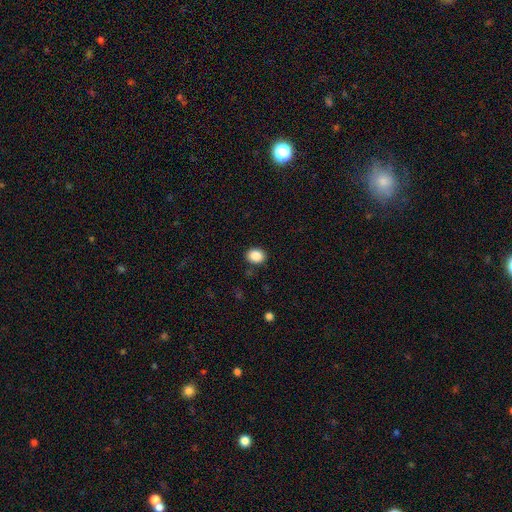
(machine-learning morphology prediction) Smooth or featured? smooth (88%)
How rounded? round (52%)
Merging? none (88%)